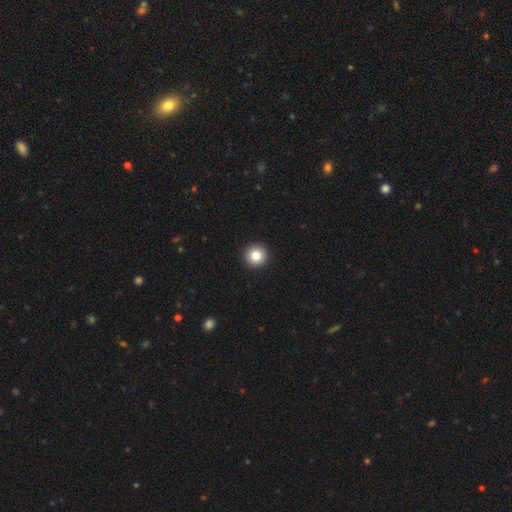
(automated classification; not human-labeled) Q: Smooth or featured?
A: smooth (84%); runner-up: star or artifact (10%)
Q: How rounded?
A: round (96%); runner-up: in between (3%)
Q: Merging?
A: none (94%); runner-up: minor disturbance (4%)